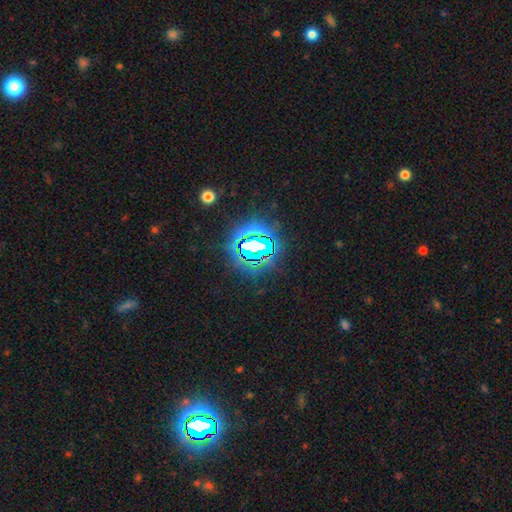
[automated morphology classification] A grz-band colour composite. It shows a star or artifact, not a galaxy (80%).